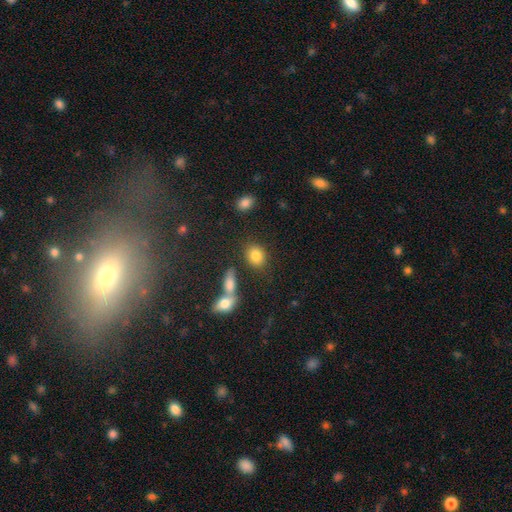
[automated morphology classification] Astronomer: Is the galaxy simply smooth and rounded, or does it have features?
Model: smooth — 82%.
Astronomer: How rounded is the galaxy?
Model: in between — 51% (runner-up: round, 47%).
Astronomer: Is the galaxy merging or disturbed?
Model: none — 74%.